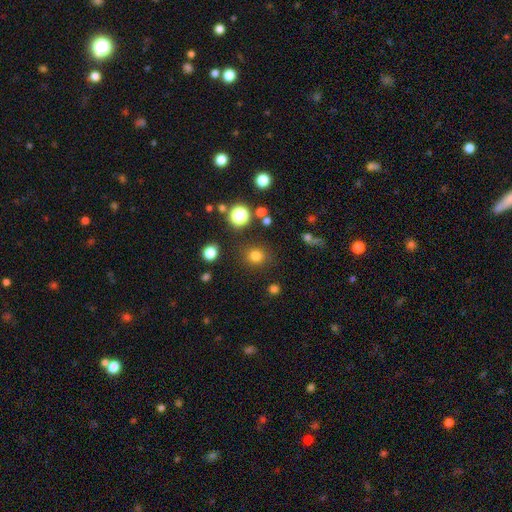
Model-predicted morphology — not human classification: type=smooth (77%); roundness=round (88%); merging=none (86%).